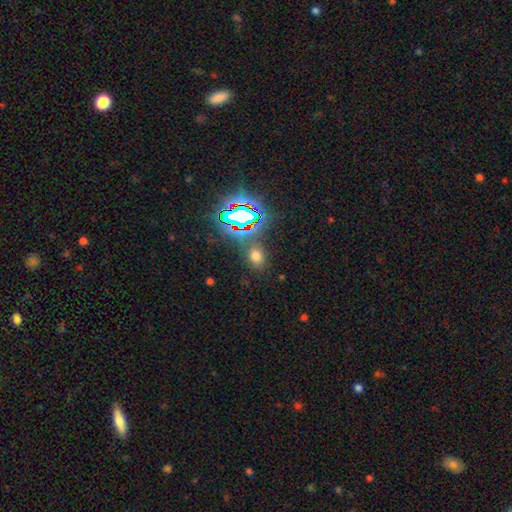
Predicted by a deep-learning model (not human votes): Morphology: type=smooth (59%); roundness=in between (69%); merging=none (78%).